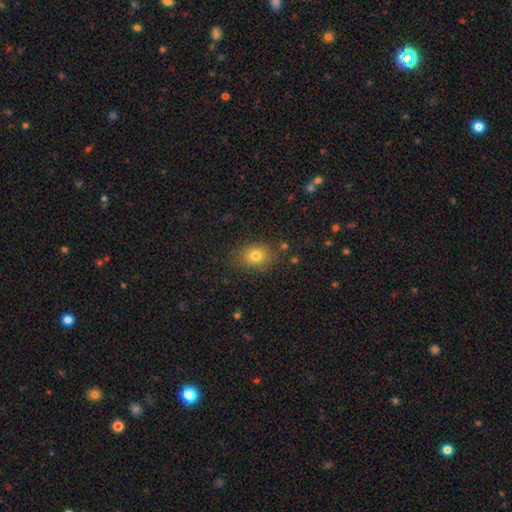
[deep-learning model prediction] This appears to be a smooth galaxy with no disk features (79%) that is in between round and cigar-shaped (61%). Merging: none (81%).